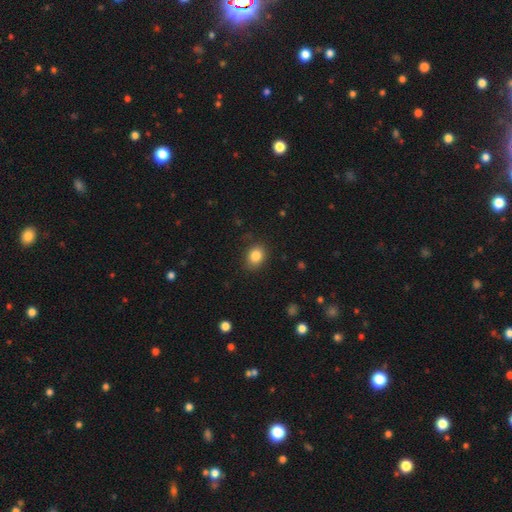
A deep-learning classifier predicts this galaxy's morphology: A smooth galaxy with no disk features (84%) that is in between round and cigar-shaped (51%).

Vote fractions:
- Smooth or featured? smooth: 84% / star or artifact: 10% / featured or disk: 6%
- How rounded? in between: 51% / round: 48% / cigar-shaped: 1%
- Merging? none: 84% / minor disturbance: 12% / major disturbance: 3% / merger: 1%